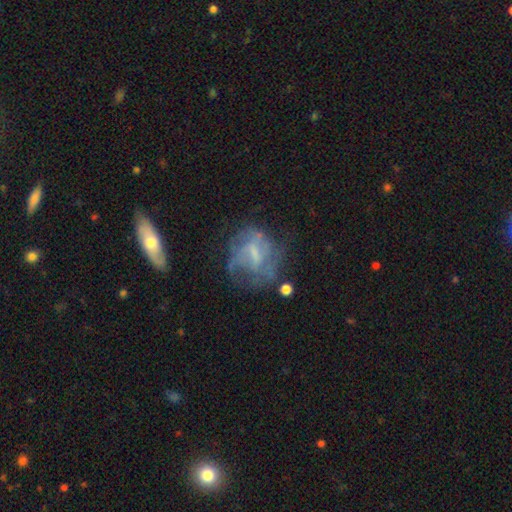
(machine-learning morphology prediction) A featured or disk galaxy (61%) with no bar (46%), spiral arms (51%) and a small central bulge (37%). Merging: none (52%).